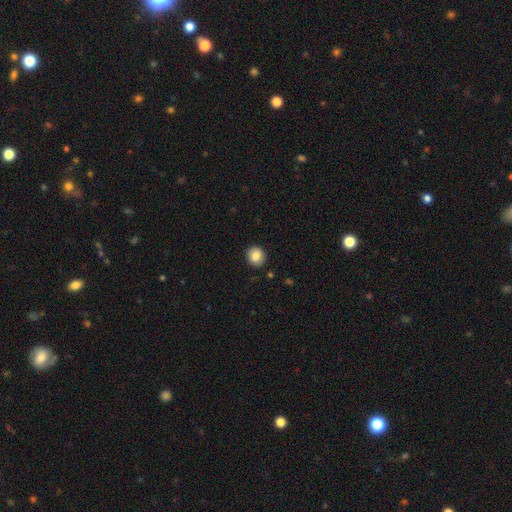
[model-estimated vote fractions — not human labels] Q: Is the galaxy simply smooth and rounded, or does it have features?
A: smooth — 85%.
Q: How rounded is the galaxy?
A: round — 81%.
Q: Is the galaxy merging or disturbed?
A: none — 90%.